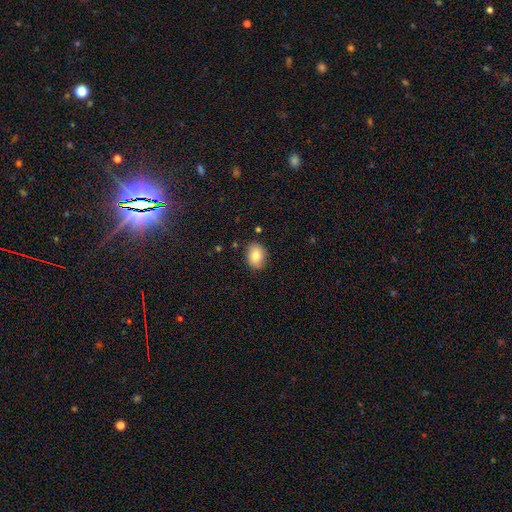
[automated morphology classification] The model was most divided on "how rounded": in between: 62%, round: 37%, cigar-shaped: 1%. More confident: merging — none (85%); smooth or featured — smooth (81%).